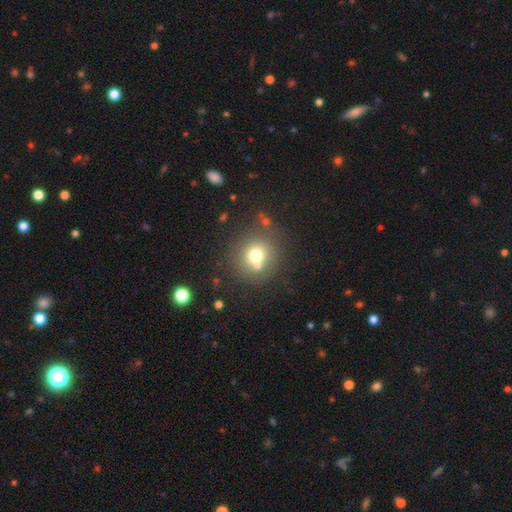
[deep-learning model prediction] Smooth or featured? smooth (69%)
How rounded? round (90%)
Merging? none (68%)